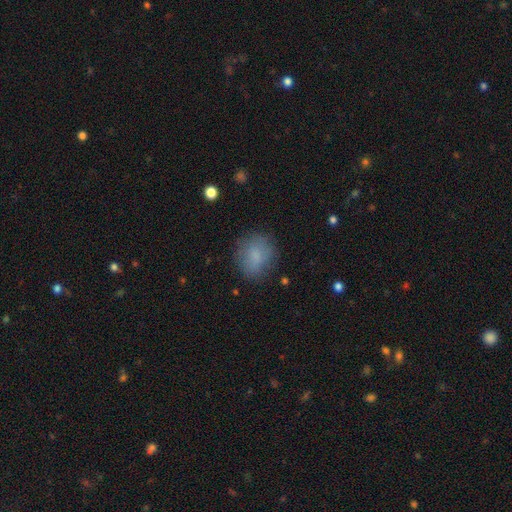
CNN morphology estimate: A smooth galaxy with no disk features (81%) that is round (68%).

Vote fractions:
- Smooth or featured? smooth: 81% / featured or disk: 10% / star or artifact: 9%
- How rounded? round: 68% / in between: 31% / cigar-shaped: 1%
- Merging? none: 76% / minor disturbance: 17% / major disturbance: 6% / merger: 2%